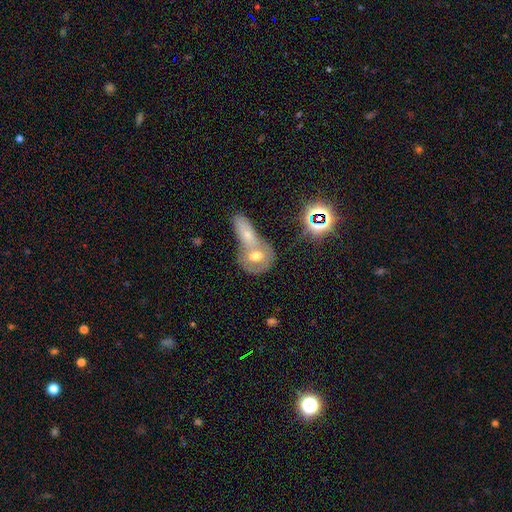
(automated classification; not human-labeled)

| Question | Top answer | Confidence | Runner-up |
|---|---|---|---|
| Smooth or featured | smooth | 52% | featured or disk (34%) |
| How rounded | round | 55% | in between (40%) |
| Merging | merger | 58% | none (29%) |